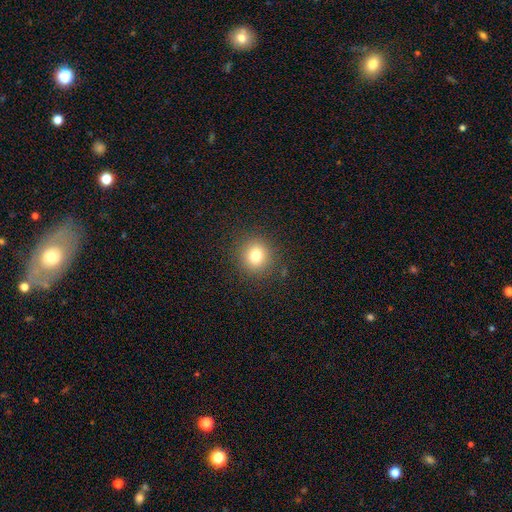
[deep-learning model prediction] A smooth galaxy with no disk features (79%) that is round (88%). Merging: none (89%).